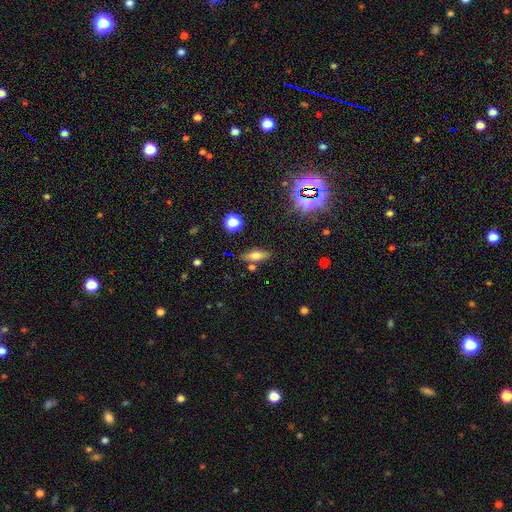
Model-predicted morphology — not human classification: smooth_or_featured: smooth (p=0.64) [alt: featured or disk p=0.21]
how_rounded: in between (p=0.64) [alt: cigar-shaped p=0.29]
merging: none (p=0.77) [alt: minor disturbance p=0.12]